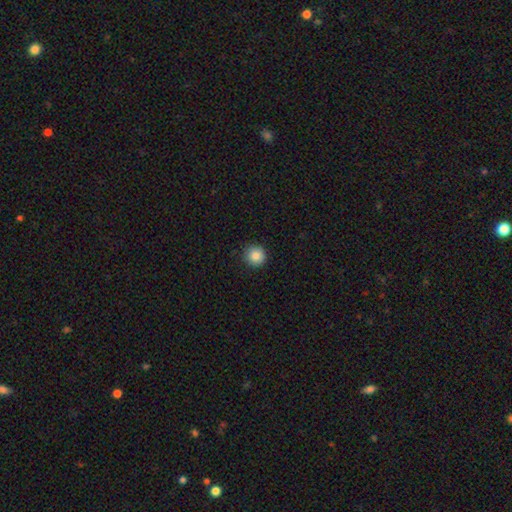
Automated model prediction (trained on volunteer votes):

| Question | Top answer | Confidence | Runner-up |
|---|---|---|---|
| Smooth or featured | smooth | 86% | star or artifact (9%) |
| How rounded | round | 94% | in between (5%) |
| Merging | none | 91% | minor disturbance (6%) |